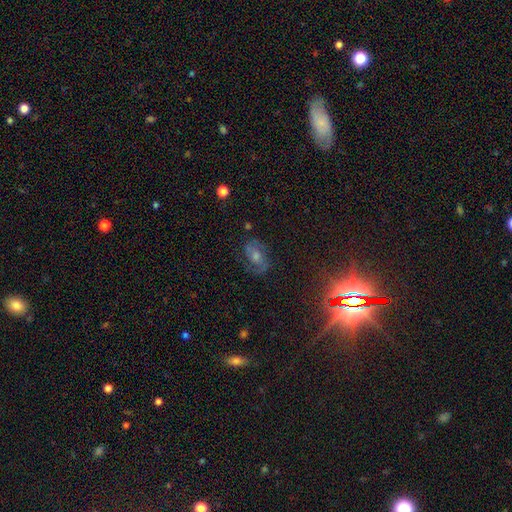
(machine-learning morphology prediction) Smooth or featured?
  - featured or disk: 55% *
  - star or artifact: 30%
  - smooth: 15%
Edge-on disk?
  - no: 94% *
  - yes: 6%
Bar?
  - no: 50% *
  - weak: 36%
  - strong: 14%
Spiral arms?
  - yes: 86% *
  - no: 14%
Bulge size?
  - moderate: 60% *
  - small: 28%
  - large: 7%
  - none: 4%
  - dominant: 2%
Merging?
  - none: 76% *
  - minor disturbance: 15%
  - major disturbance: 7%
  - merger: 2%